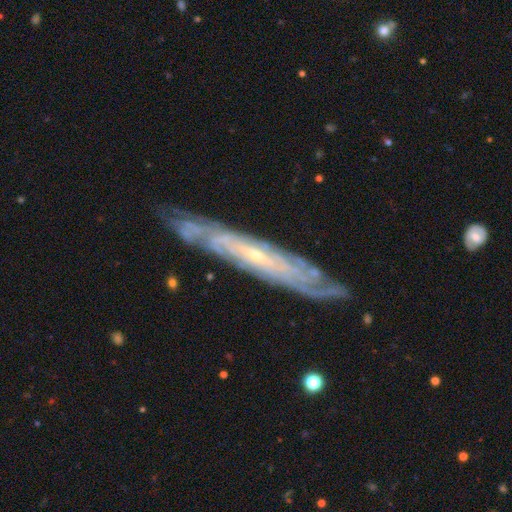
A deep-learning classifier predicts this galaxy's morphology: Smooth or featured: featured or disk — 85% (smooth — 9%)
Edge-on disk: no — 57% (yes — 43%)
Merging: none — 79% (minor disturbance — 15%)